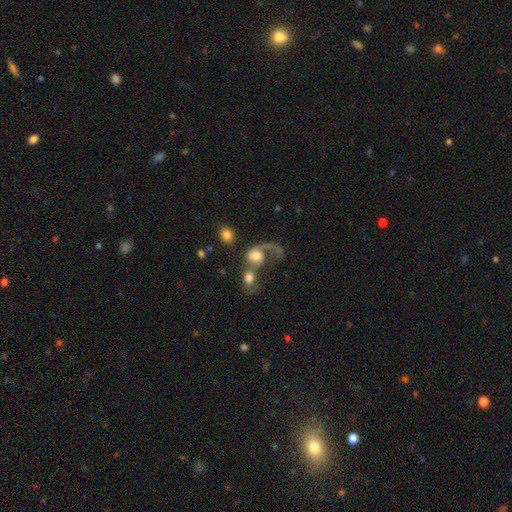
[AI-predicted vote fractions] Smooth or featured? featured or disk (50%)
Merging? merger (55%)